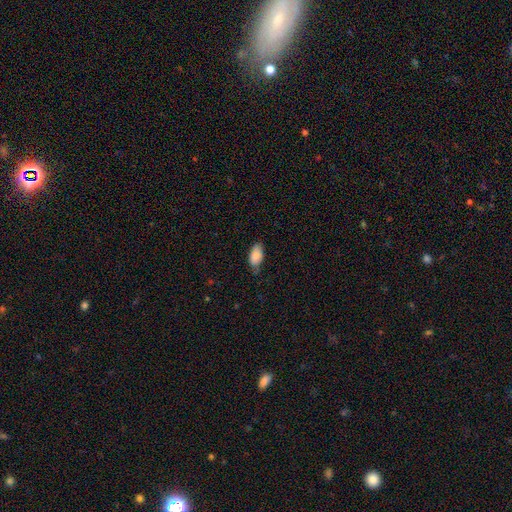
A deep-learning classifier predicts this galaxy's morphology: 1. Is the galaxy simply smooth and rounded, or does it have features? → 87% smooth, 7% star or artifact, 6% featured or disk.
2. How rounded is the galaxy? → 93% in between, 4% cigar-shaped, 3% round.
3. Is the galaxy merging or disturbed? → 69% none, 26% minor disturbance, 4% major disturbance, 1% merger.